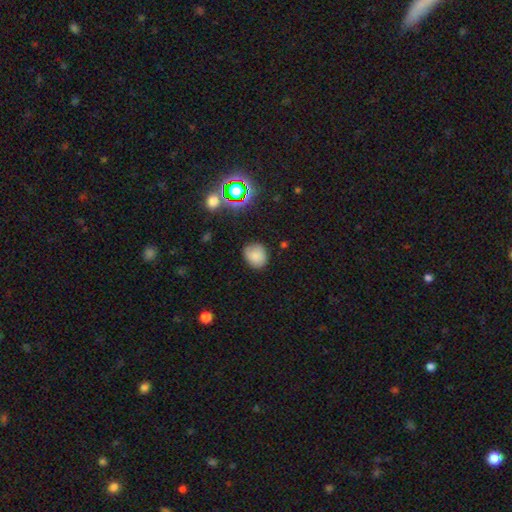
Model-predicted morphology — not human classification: Smooth or featured?
  - smooth: 78% *
  - star or artifact: 13%
  - featured or disk: 9%
How rounded?
  - round: 67% *
  - in between: 32%
  - cigar-shaped: 1%
Merging?
  - none: 79% *
  - minor disturbance: 16%
  - major disturbance: 4%
  - merger: 2%